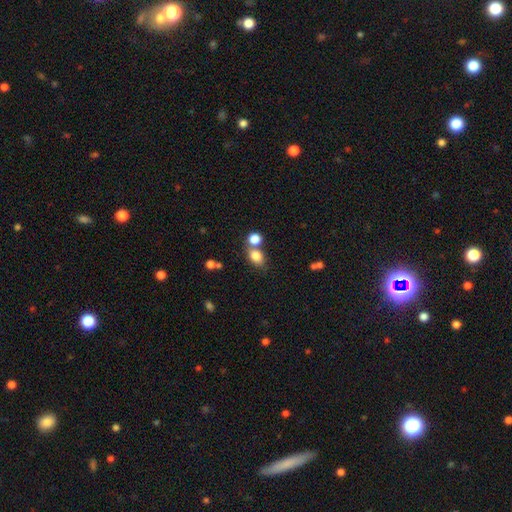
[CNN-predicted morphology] Smooth or featured? Predicted: smooth (p=0.81). How rounded? Predicted: in between (p=0.61). Merging? Predicted: none (p=0.53).